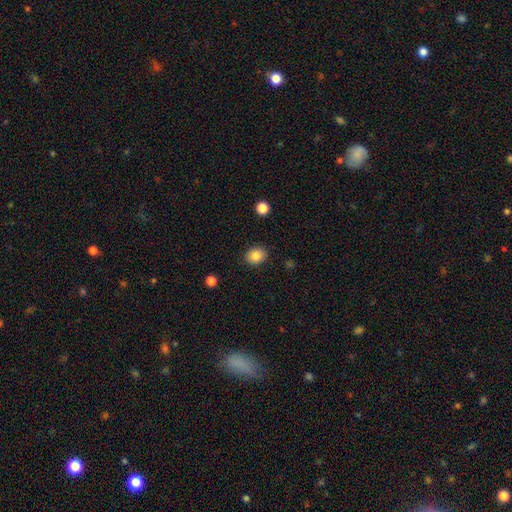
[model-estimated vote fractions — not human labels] This is clearly a smooth galaxy (85%). How rounded: possibly round (52%). Merging: clearly none (88%).